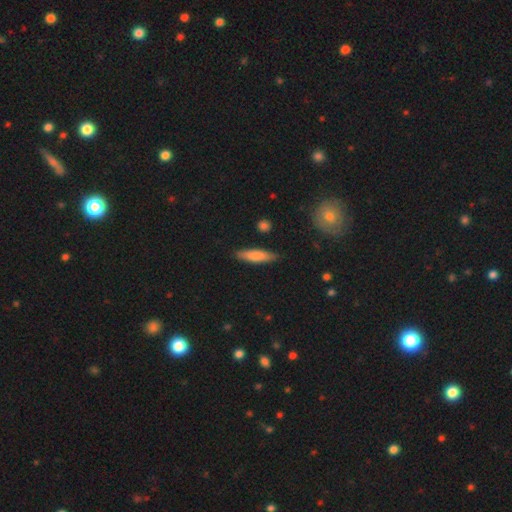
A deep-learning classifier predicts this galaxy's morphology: A smooth galaxy with no disk features (76%) that is cigar-shaped (72%). Merging: none (85%).